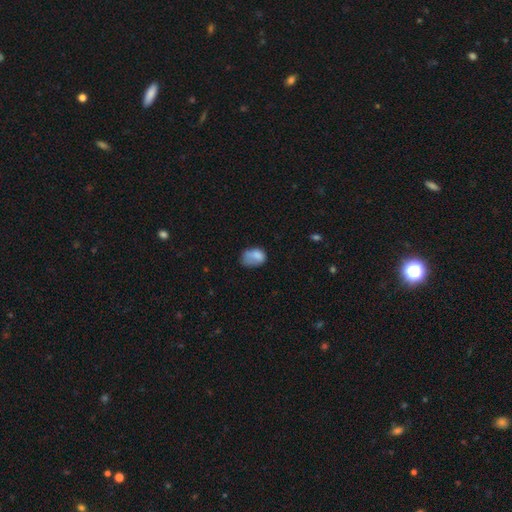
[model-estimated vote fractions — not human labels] Overall: smooth (73%). How rounded: in between (76%). Merging: none (33%, tied with minor disturbance).